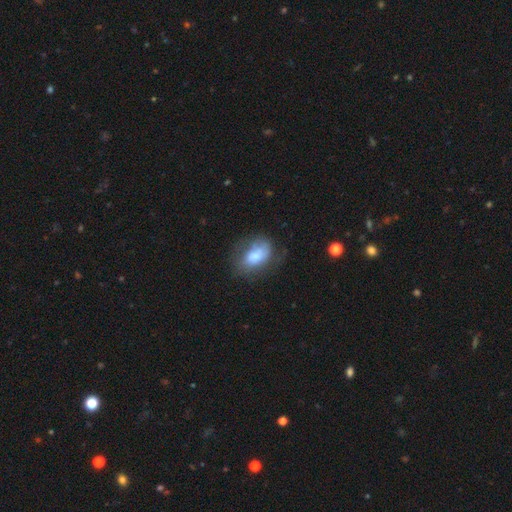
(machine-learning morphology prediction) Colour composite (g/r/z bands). It shows a smooth galaxy with no disk features (66%) that is in between round and cigar-shaped (85%). Merging: none (50%).